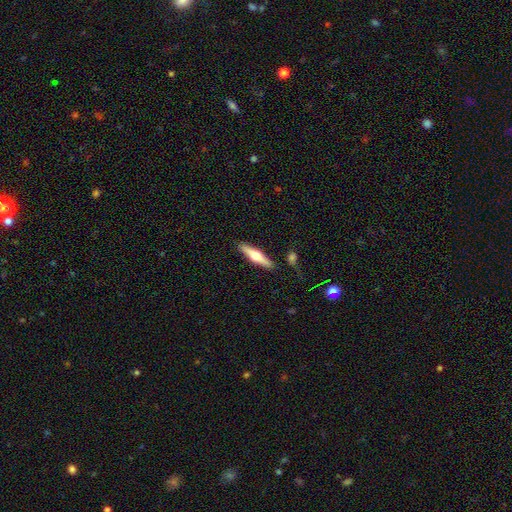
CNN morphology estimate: Q: Smooth or featured?
A: featured or disk (53%); runner-up: smooth (42%)
Q: Edge-on disk?
A: yes (94%); runner-up: no (6%)
Q: Merging?
A: none (85%); runner-up: minor disturbance (10%)